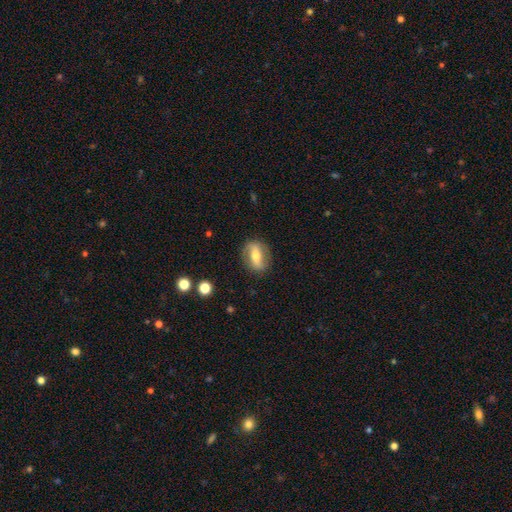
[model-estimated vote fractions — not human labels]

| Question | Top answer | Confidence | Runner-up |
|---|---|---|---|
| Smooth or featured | featured or disk | 57% | smooth (36%) |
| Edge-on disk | no | 83% | yes (17%) |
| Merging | none | 83% | minor disturbance (12%) |